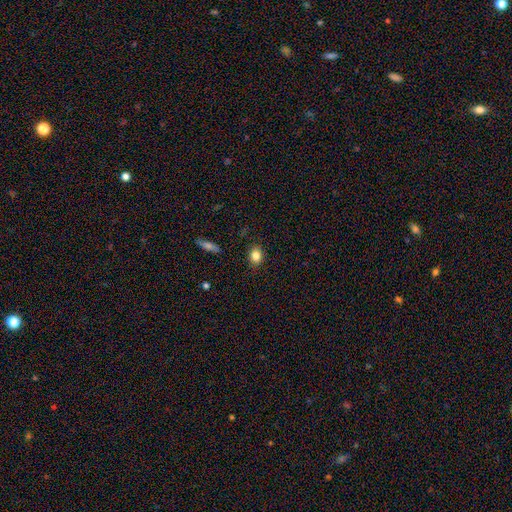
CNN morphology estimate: Smooth or featured? Predicted: smooth (p=0.83). How rounded? Predicted: in between (p=0.59). Merging? Predicted: none (p=0.87).